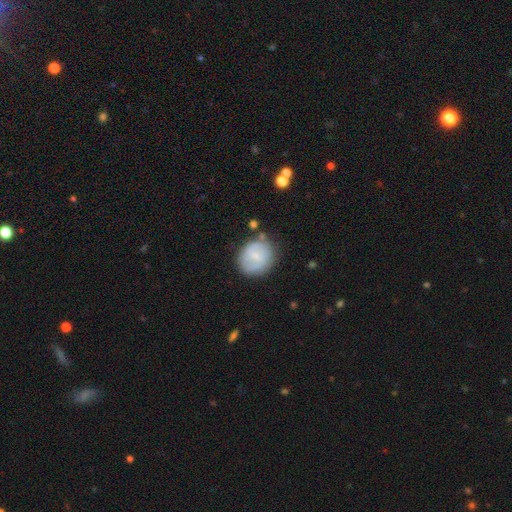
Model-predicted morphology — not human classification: The model was most divided on "smooth or featured": smooth: 53%, featured or disk: 40%, star or artifact: 7%. More confident: how rounded — round (79%); merging — none (71%).